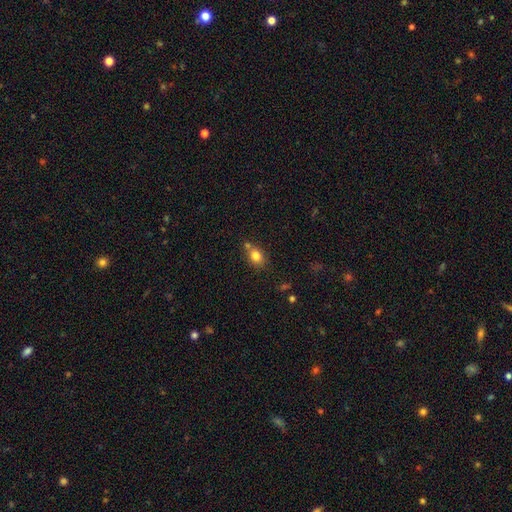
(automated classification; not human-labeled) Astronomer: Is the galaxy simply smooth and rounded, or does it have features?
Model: smooth — 81%.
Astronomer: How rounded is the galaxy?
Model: in between — 54% (runner-up: round, 44%).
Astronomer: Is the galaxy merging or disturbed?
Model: none — 59%.